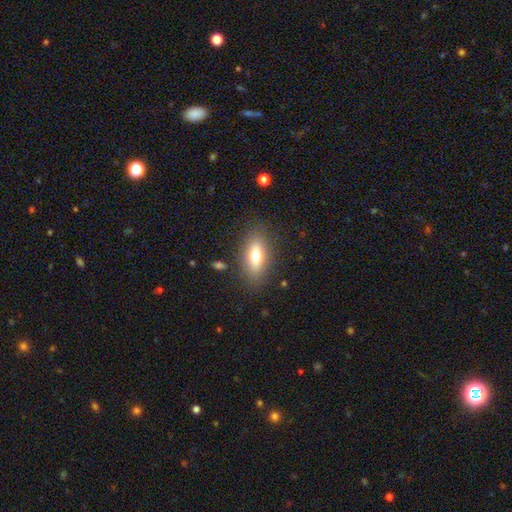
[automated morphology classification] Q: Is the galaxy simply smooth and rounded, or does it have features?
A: smooth — 69%.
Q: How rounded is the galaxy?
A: in between — 75%.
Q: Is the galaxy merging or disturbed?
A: none — 84%.